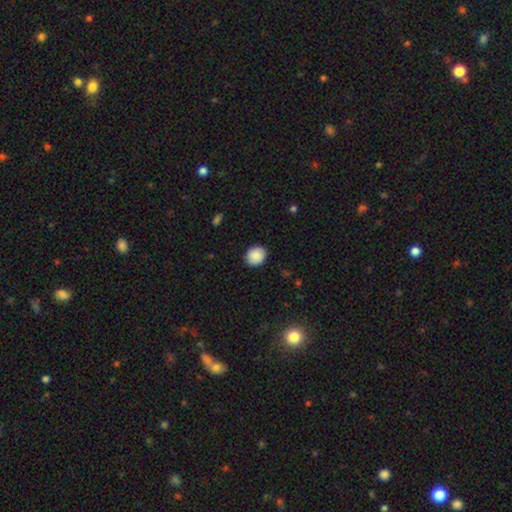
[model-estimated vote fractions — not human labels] Morphology: type=smooth (87%); roundness=round (71%); merging=none (88%).